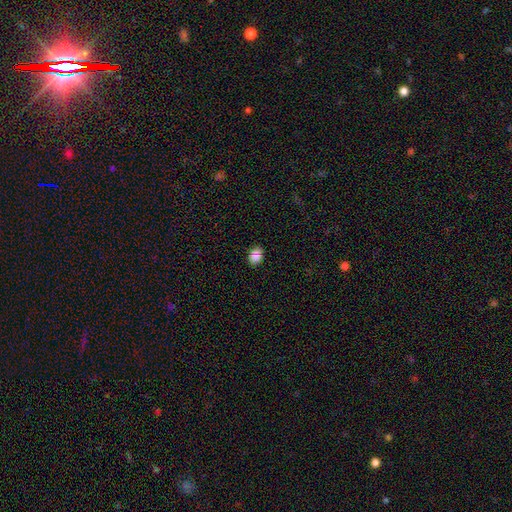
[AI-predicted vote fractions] Smooth or featured?
  - smooth: 83% *
  - star or artifact: 10%
  - featured or disk: 7%
How rounded?
  - in between: 65% *
  - round: 34%
  - cigar-shaped: 1%
Merging?
  - none: 77% *
  - minor disturbance: 16%
  - merger: 4%
  - major disturbance: 3%